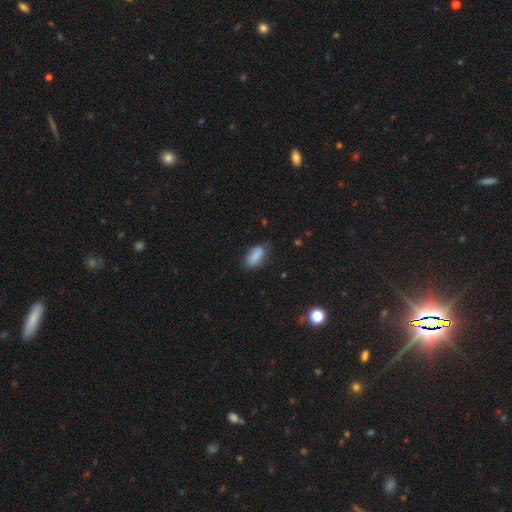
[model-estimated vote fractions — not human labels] Smooth or featured? smooth (83%)
How rounded? in between (83%)
Merging? none (68%)